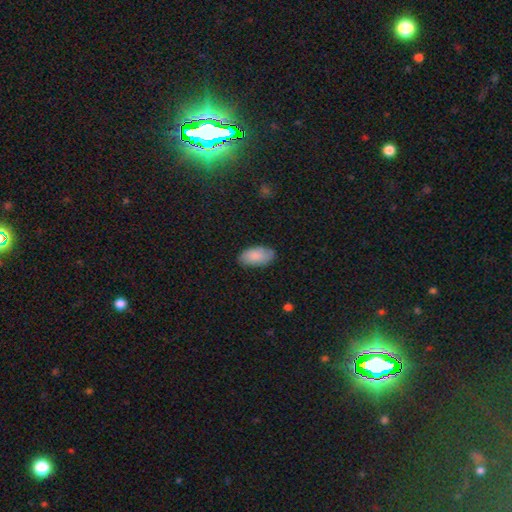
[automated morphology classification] smooth_or_featured: smooth (p=0.84) [alt: featured or disk p=0.10]
how_rounded: in between (p=0.95) [alt: round p=0.03]
merging: none (p=0.82) [alt: minor disturbance p=0.14]